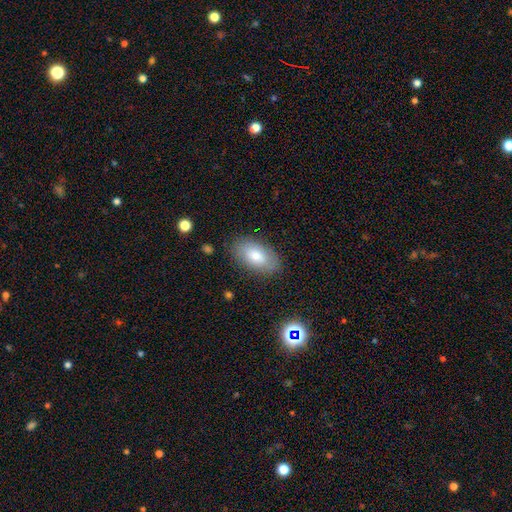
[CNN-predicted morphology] Overall: smooth (74%). How rounded: in between (93%). Merging: none (82%).